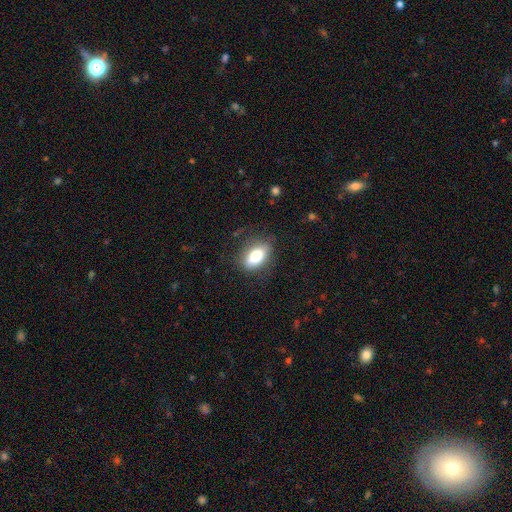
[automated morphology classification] A smooth galaxy with no disk features (77%) that is in between round and cigar-shaped (86%).

Vote fractions:
- Smooth or featured? smooth: 77% / featured or disk: 15% / star or artifact: 8%
- How rounded? in between: 86% / round: 8% / cigar-shaped: 5%
- Merging? none: 78% / minor disturbance: 16% / major disturbance: 5% / merger: 1%